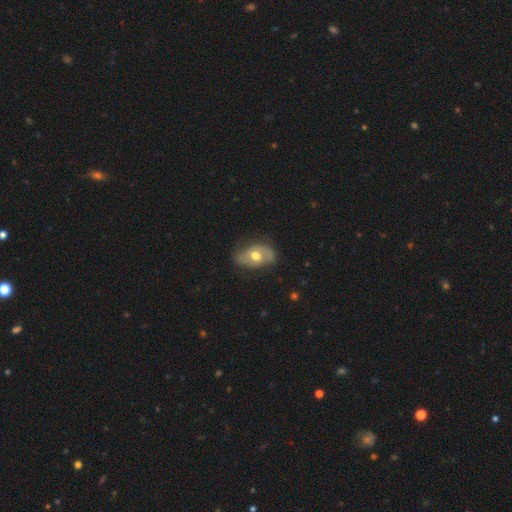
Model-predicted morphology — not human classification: smooth_or_featured: featured or disk (p=0.58) [alt: smooth p=0.35]
disk_edge_on: no (p=0.93) [alt: yes p=0.07]
bar: no (p=0.66) [alt: weak p=0.26]
has_spiral_arms: yes (p=0.70) [alt: no p=0.30]
bulge_size: moderate (p=0.75) [alt: large p=0.14]
merging: none (p=0.66) [alt: minor disturbance p=0.24]